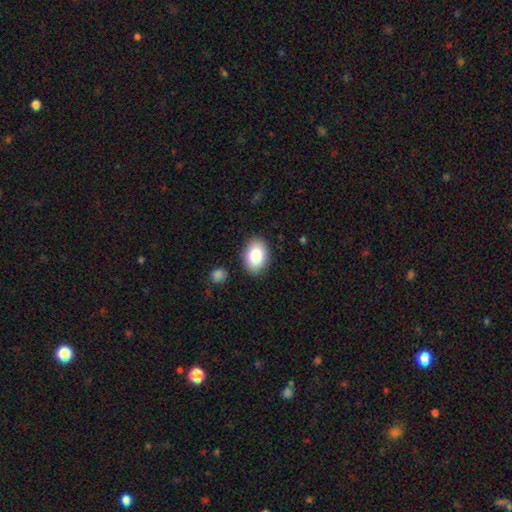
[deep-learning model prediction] Overall: smooth (82%). How rounded: in between (85%). Merging: none (87%).